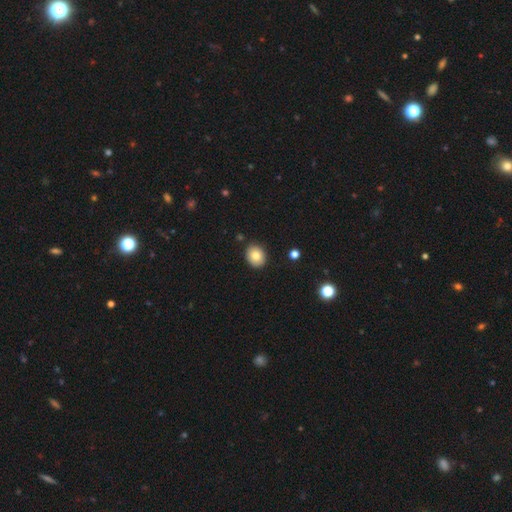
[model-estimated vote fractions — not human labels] Smooth or featured: smooth — 81% (featured or disk — 10%)
How rounded: round — 53% (in between — 46%)
Merging: none — 87% (minor disturbance — 9%)